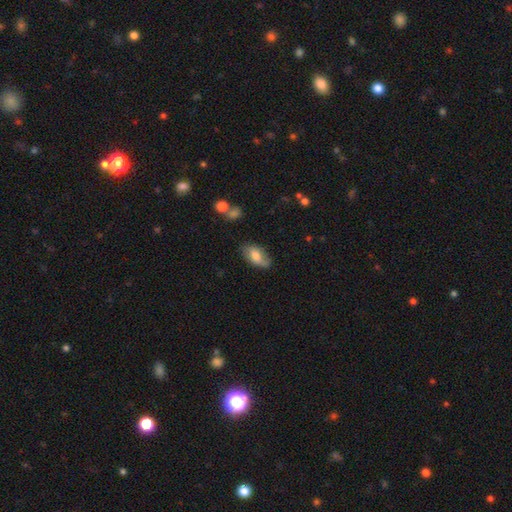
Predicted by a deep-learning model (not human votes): smooth-or-featured: smooth: 67% | featured or disk: 26% | star or artifact: 7%
  how-rounded: in between: 92% | round: 4% | cigar-shaped: 4%
  merging: none: 67% | minor disturbance: 25% | major disturbance: 6% | merger: 2%